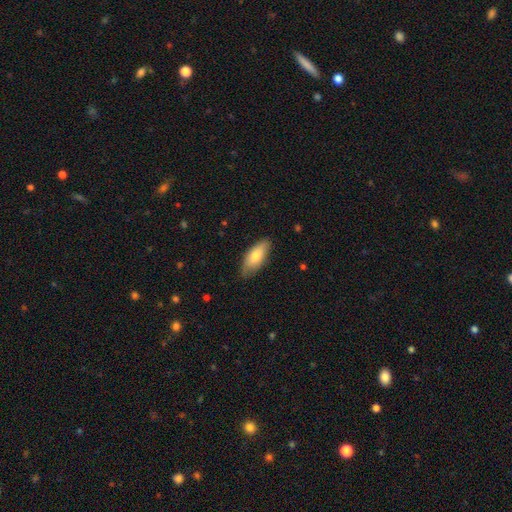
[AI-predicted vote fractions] A smooth galaxy with no disk features (74%) that is in between round and cigar-shaped (78%).

Vote fractions:
- Smooth or featured? smooth: 74% / featured or disk: 20% / star or artifact: 6%
- How rounded? in between: 78% / cigar-shaped: 19% / round: 2%
- Merging? none: 79% / minor disturbance: 17% / major disturbance: 3% / merger: 1%